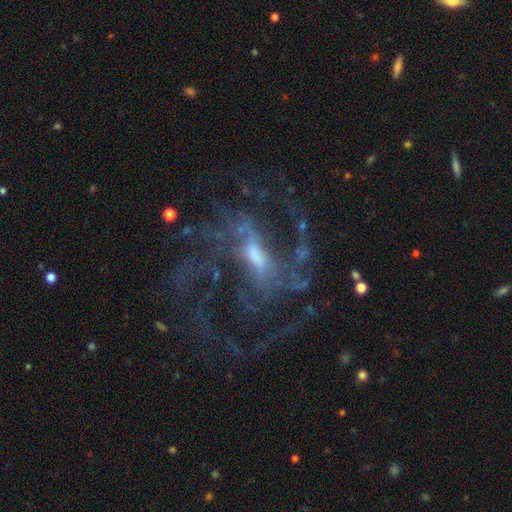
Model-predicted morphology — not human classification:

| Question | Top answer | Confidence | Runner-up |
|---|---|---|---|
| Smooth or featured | featured or disk | 80% | star or artifact (11%) |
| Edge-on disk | no | 92% | yes (8%) |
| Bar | weak | 41% | strong (35%) |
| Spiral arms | yes | 88% | no (12%) |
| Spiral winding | loose | 49% | medium (36%) |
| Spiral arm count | can't tell | 28% | 2 (26%) |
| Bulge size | moderate | 46% | small (32%) |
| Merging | none | 49% | major disturbance (31%) |